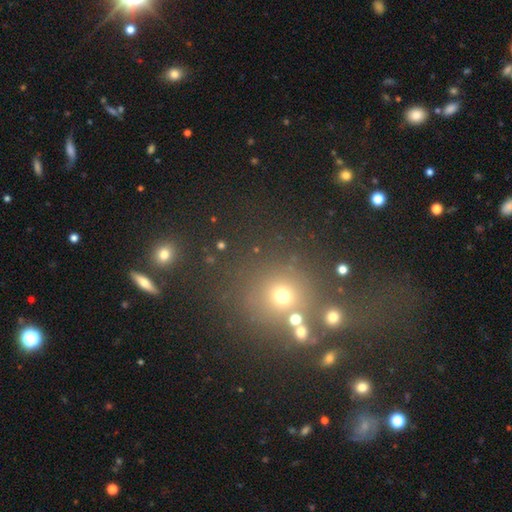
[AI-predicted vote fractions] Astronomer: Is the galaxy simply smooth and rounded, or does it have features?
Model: star or artifact — 49% (runner-up: smooth, 41%).